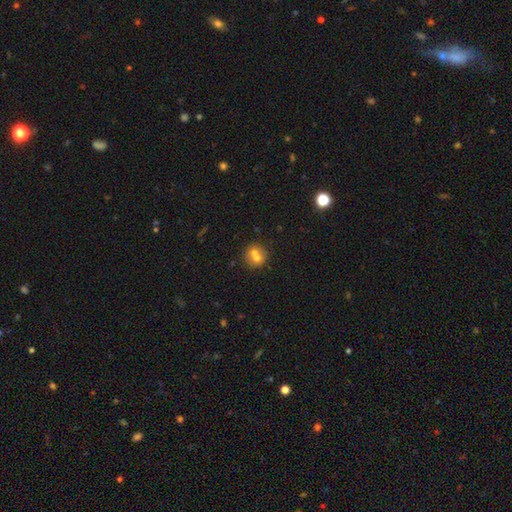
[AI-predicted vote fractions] smooth_or_featured: smooth (p=0.66) [alt: featured or disk p=0.22]
how_rounded: round (p=0.82) [alt: in between p=0.17]
merging: merger (p=0.50) [alt: none p=0.41]